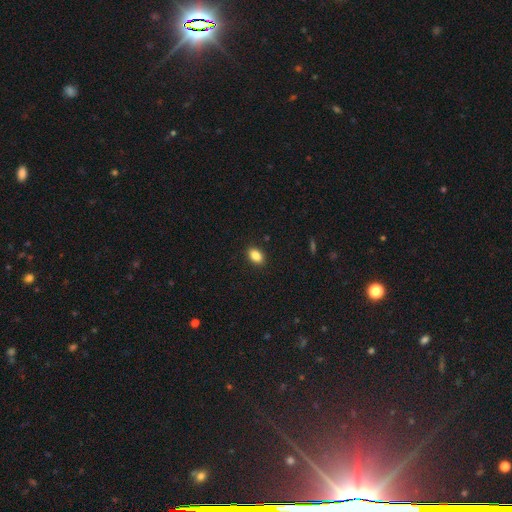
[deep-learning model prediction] Smooth or featured? Predicted: smooth (p=0.87). How rounded? Predicted: in between (p=0.86). Merging? Predicted: none (p=0.90).